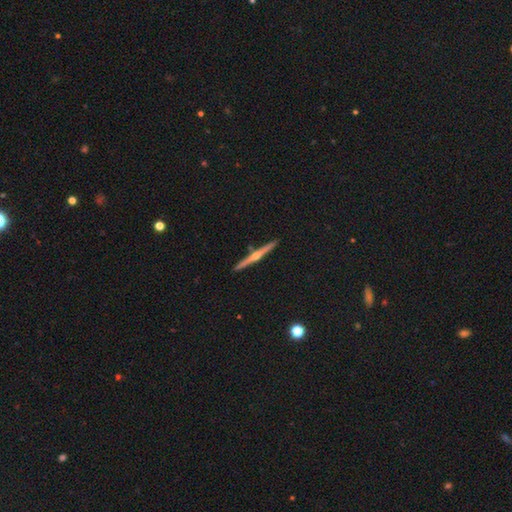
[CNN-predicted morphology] Smooth or featured? featured or disk (79%)
Edge-on disk? yes (98%)
Edge-on bulge? rounded (90%)
Merging? none (91%)